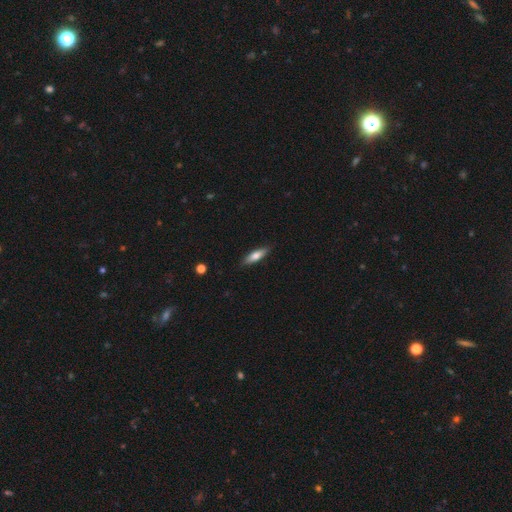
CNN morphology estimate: smooth_or_featured: smooth (p=0.72) [alt: featured or disk p=0.22]
how_rounded: cigar-shaped (p=0.58) [alt: in between p=0.40]
merging: none (p=0.87) [alt: minor disturbance p=0.10]